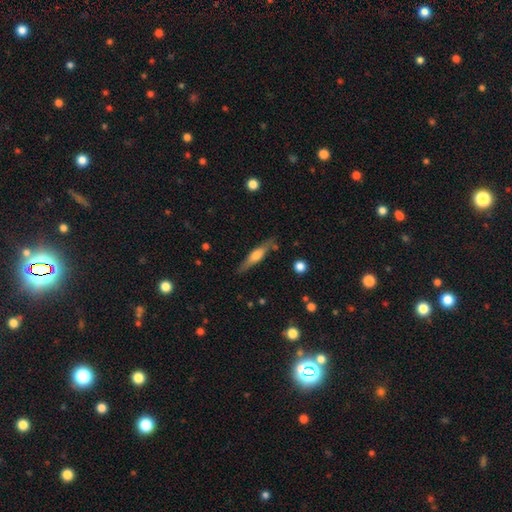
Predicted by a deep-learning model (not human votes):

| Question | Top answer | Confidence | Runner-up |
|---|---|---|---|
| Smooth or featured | featured or disk | 54% | smooth (40%) |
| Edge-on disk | yes | 93% | no (7%) |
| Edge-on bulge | rounded | 79% | boxy (14%) |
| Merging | none | 81% | minor disturbance (13%) |